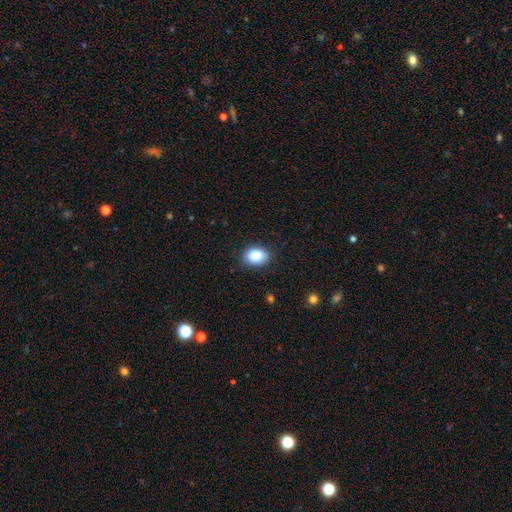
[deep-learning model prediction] Overall: smooth (87%). How rounded: in between (73%). Merging: none (83%).